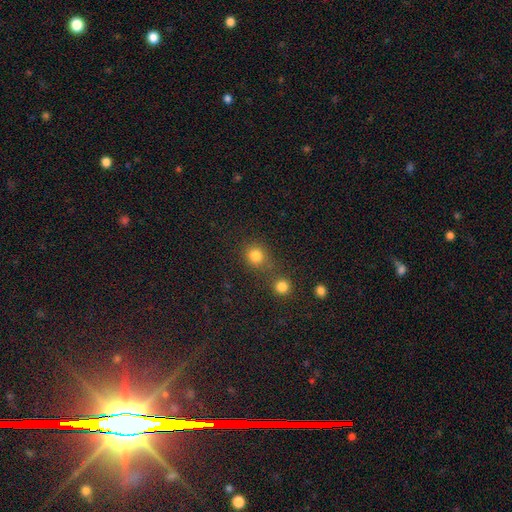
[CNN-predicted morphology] A smooth galaxy with no disk features (80%) that is round (87%). Merging: none (63%).